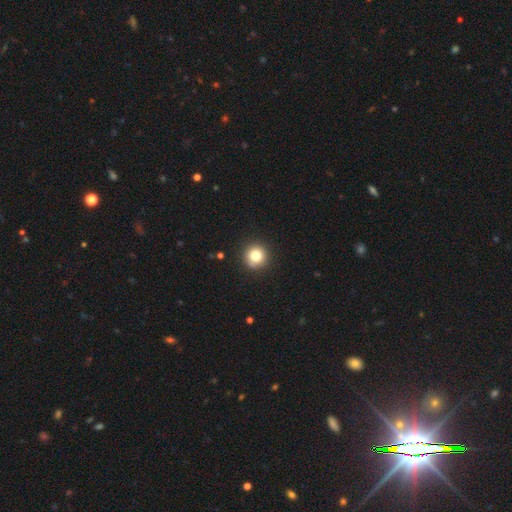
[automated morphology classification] Overall: smooth (81%). How rounded: round (95%). Merging: none (90%).